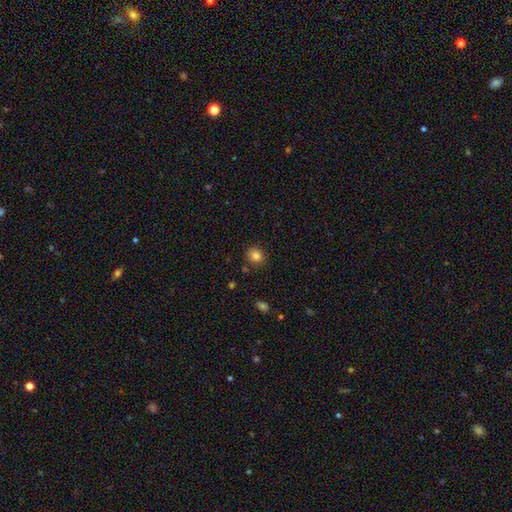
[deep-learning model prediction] A smooth galaxy with no disk features (83%) that is round (77%).

Vote fractions:
- Smooth or featured? smooth: 83% / star or artifact: 11% / featured or disk: 6%
- How rounded? round: 77% / in between: 22% / cigar-shaped: 1%
- Merging? none: 85% / minor disturbance: 10% / merger: 3% / major disturbance: 3%